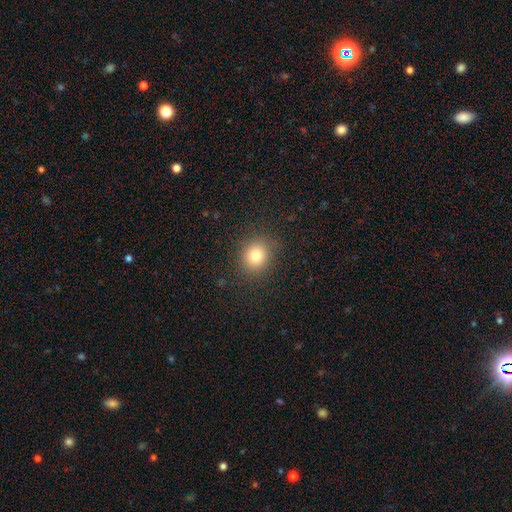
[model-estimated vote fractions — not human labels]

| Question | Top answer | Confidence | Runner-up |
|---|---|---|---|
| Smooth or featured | smooth | 79% | star or artifact (13%) |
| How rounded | round | 78% | in between (21%) |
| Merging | none | 87% | minor disturbance (9%) |